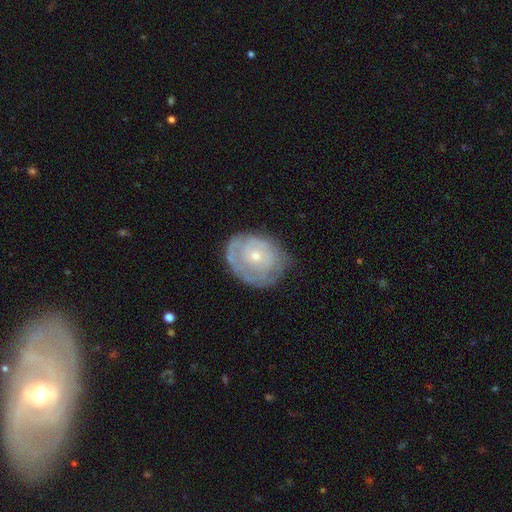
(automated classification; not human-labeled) This is likely a featured or disk galaxy (63%). It is clearly not viewed edge-on (96%). Bar: clearly no (85%). Spiral arm pattern: likely yes (64%). Central bulge: likely small (63%). Merging: likely none (61%).